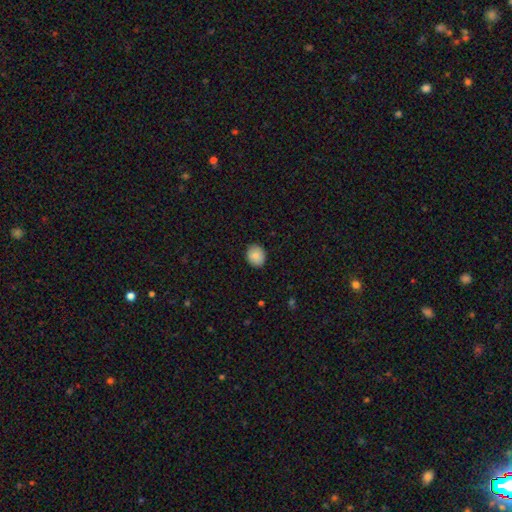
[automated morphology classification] This appears to be a smooth galaxy with no disk features (84%) that is round (59%). Merging: none (89%).